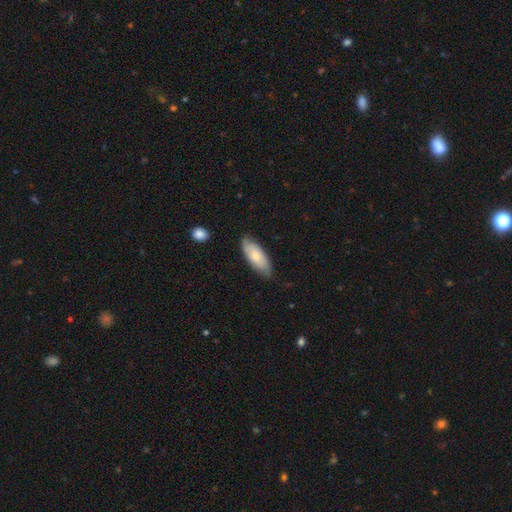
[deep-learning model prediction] Overall: smooth (71%). How rounded: in between (80%). Merging: none (77%).